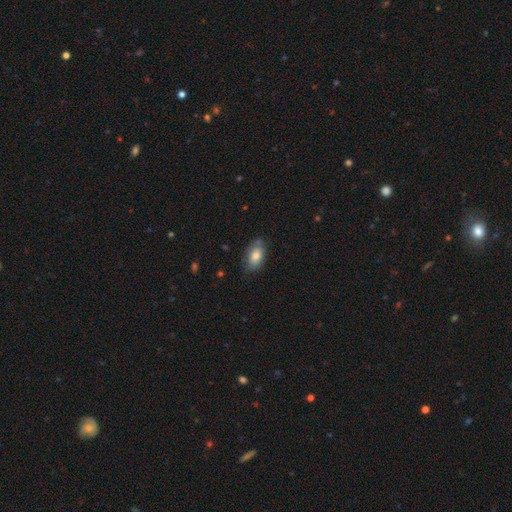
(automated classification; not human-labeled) A smooth galaxy with no disk features (75%) that is in between round and cigar-shaped (91%). Merging: none (70%).